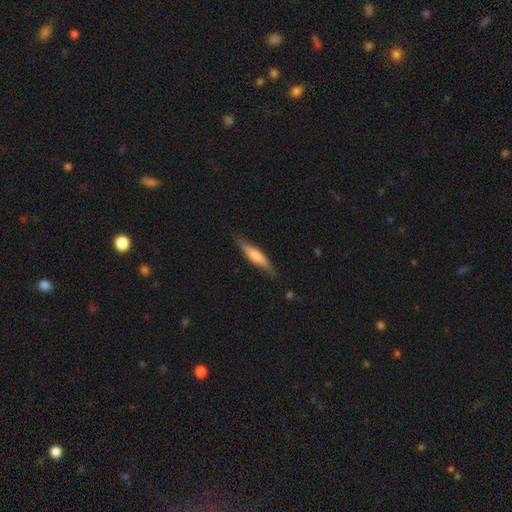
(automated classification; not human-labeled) The model was most divided on "smooth or featured": smooth: 66%, featured or disk: 28%, star or artifact: 6%. More confident: how rounded — cigar-shaped (80%); merging — none (79%).